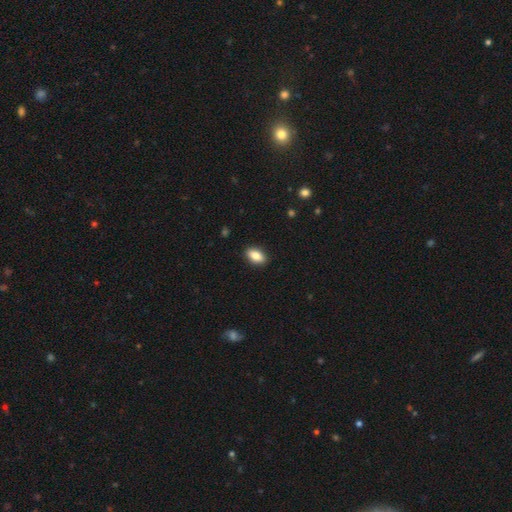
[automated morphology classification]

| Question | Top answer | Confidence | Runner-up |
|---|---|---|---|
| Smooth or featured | smooth | 85% | featured or disk (8%) |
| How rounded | in between | 90% | round (7%) |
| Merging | none | 90% | minor disturbance (7%) |